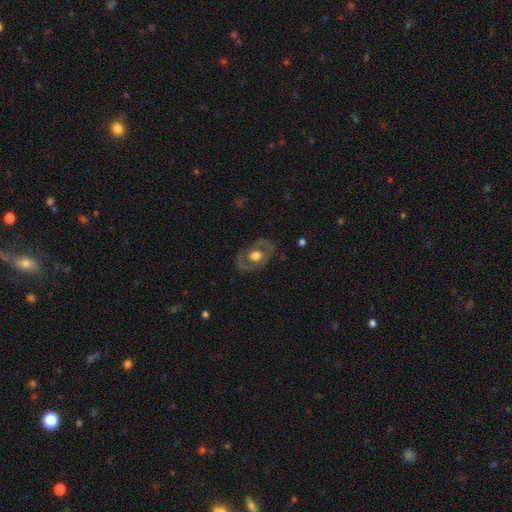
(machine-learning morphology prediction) Smooth or featured? Predicted: featured or disk (p=0.61). Edge-on disk? Predicted: no (p=0.92). Bar? Predicted: no (p=0.82). Spiral arms? Predicted: no (p=0.69). Bulge size? Predicted: moderate (p=0.48). Merging? Predicted: none (p=0.77).